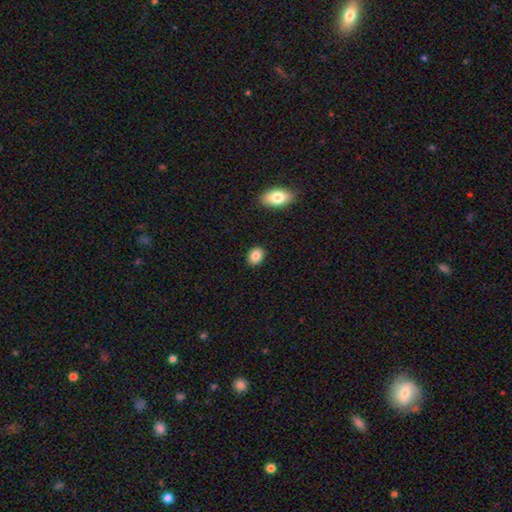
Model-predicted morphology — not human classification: This appears to be a smooth galaxy with no disk features (86%) that is in between round and cigar-shaped (61%). Merging: none (89%).